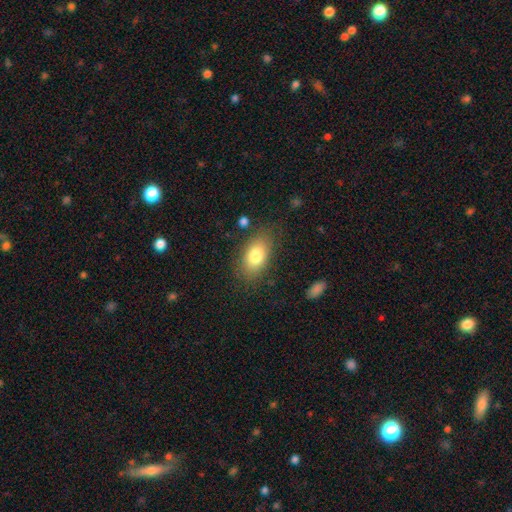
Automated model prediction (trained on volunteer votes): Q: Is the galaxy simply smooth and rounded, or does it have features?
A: smooth — 79%.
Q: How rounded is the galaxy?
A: in between — 89%.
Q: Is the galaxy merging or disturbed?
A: none — 79%.